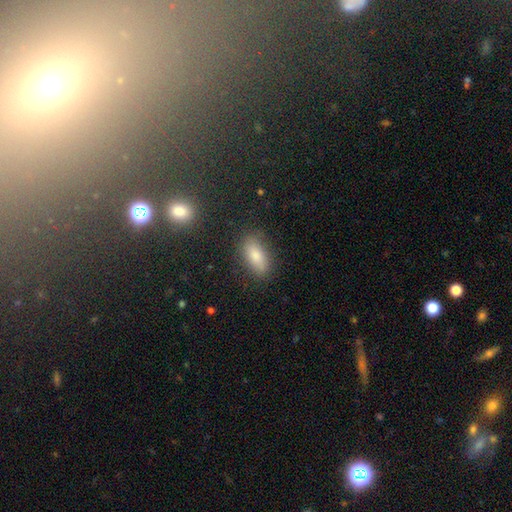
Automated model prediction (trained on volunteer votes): smooth_or_featured: smooth (p=0.82) [alt: featured or disk p=0.11]
how_rounded: in between (p=0.84) [alt: cigar-shaped p=0.12]
merging: none (p=0.81) [alt: minor disturbance p=0.13]